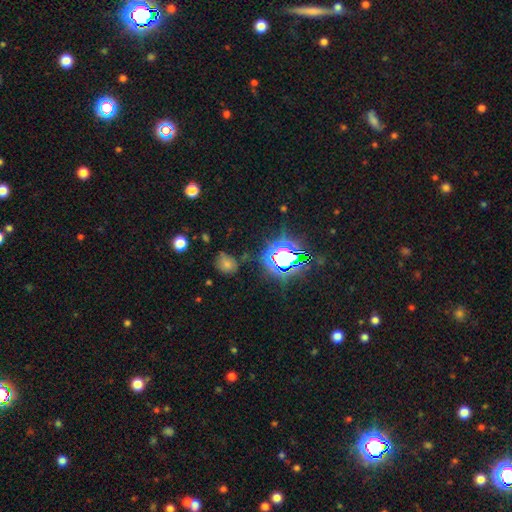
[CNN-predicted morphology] Smooth or featured?
  - star or artifact: 77% *
  - smooth: 16%
  - featured or disk: 7%